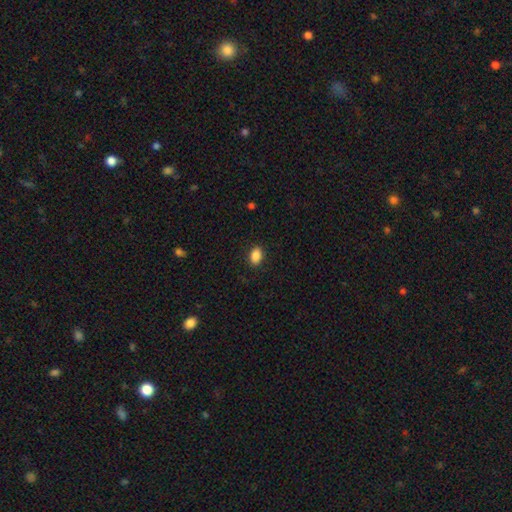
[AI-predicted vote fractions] smooth-or-featured: smooth: 88% | star or artifact: 8% | featured or disk: 3%
  how-rounded: in between: 84% | round: 14% | cigar-shaped: 1%
  merging: none: 88% | minor disturbance: 9% | major disturbance: 2% | merger: 1%